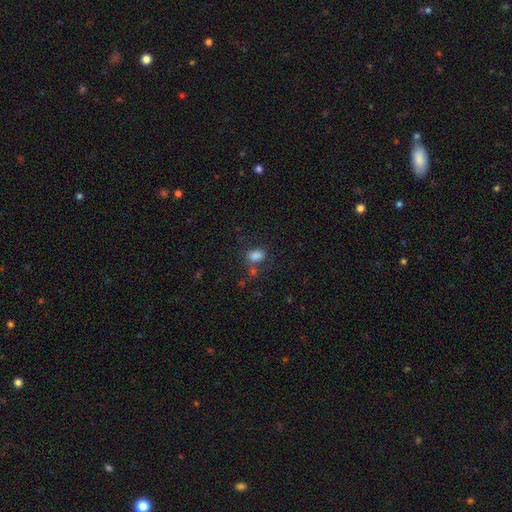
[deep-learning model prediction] Smooth or featured: smooth — 82% (star or artifact — 12%)
How rounded: in between — 75% (round — 24%)
Merging: none — 61% (minor disturbance — 18%)